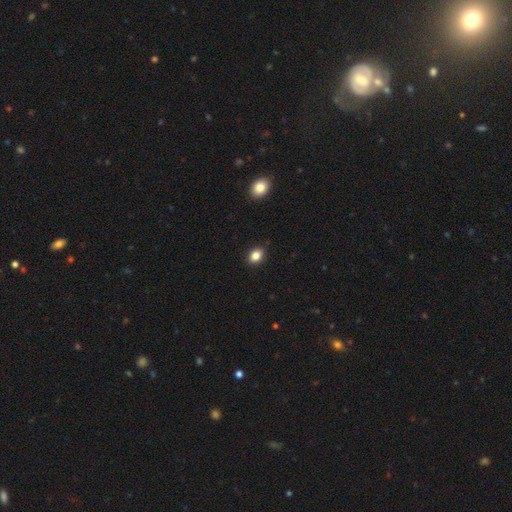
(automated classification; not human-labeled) smooth-or-featured: smooth: 85% | star or artifact: 10% | featured or disk: 5%
  how-rounded: in between: 61% | round: 37% | cigar-shaped: 1%
  merging: none: 89% | minor disturbance: 8% | major disturbance: 2% | merger: 1%